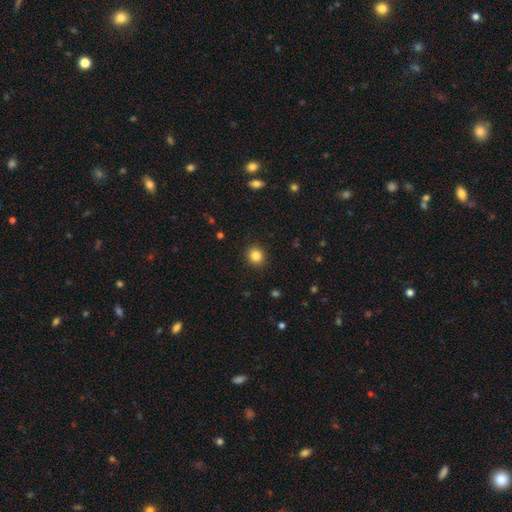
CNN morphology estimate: smooth_or_featured: smooth (p=0.85) [alt: star or artifact p=0.11]
how_rounded: round (p=0.85) [alt: in between p=0.14]
merging: none (p=0.91) [alt: minor disturbance p=0.06]